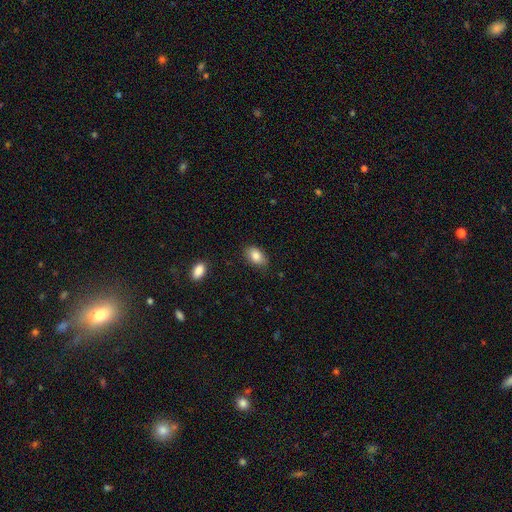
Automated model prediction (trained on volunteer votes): smooth_or_featured: smooth (p=0.85) [alt: star or artifact p=0.08]
how_rounded: in between (p=0.89) [alt: round p=0.09]
merging: none (p=0.81) [alt: minor disturbance p=0.14]